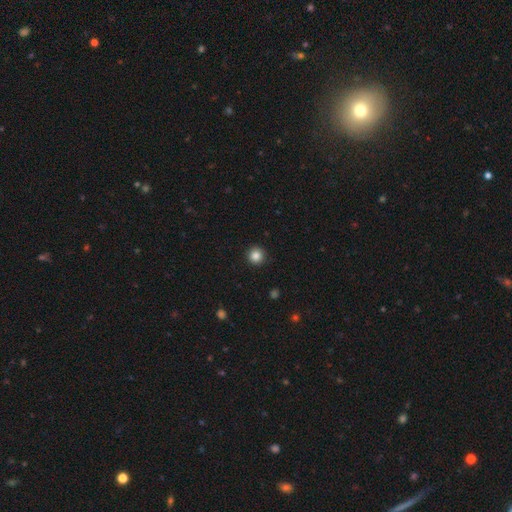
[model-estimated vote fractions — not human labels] A smooth galaxy with no disk features (85%) that is round (95%). Merging: none (92%).